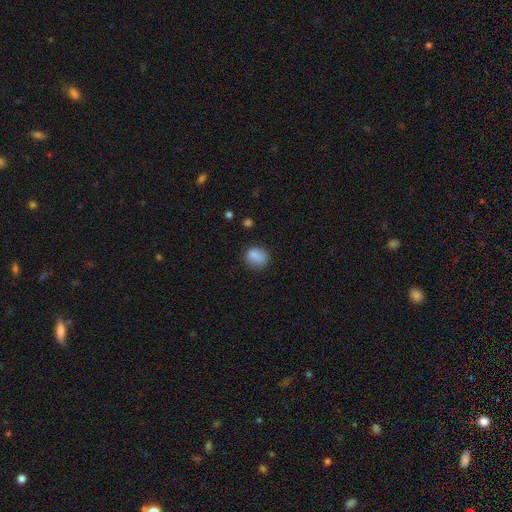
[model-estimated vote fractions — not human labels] A smooth galaxy with no disk features (84%) that is round (66%).

Vote fractions:
- Smooth or featured? smooth: 84% / star or artifact: 10% / featured or disk: 6%
- How rounded? round: 66% / in between: 33% / cigar-shaped: 1%
- Merging? none: 74% / minor disturbance: 18% / major disturbance: 5% / merger: 2%